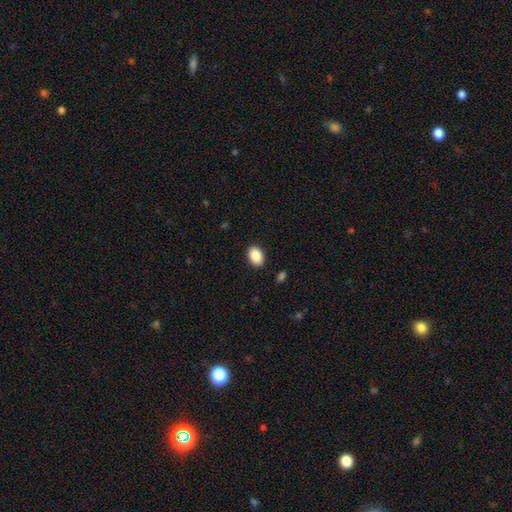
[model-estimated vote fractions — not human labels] Q: Smooth or featured?
A: smooth (89%); runner-up: star or artifact (7%)
Q: How rounded?
A: in between (85%); runner-up: round (13%)
Q: Merging?
A: none (89%); runner-up: minor disturbance (8%)